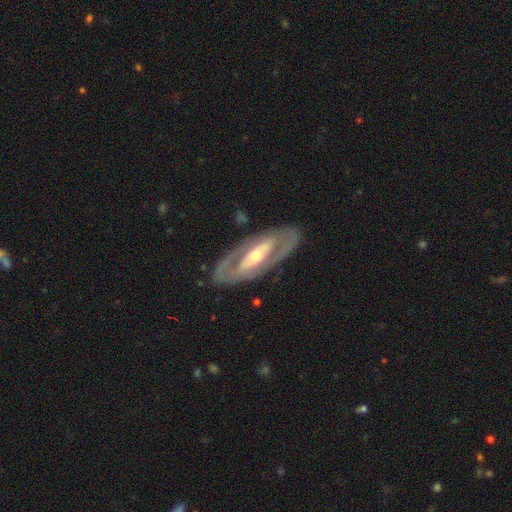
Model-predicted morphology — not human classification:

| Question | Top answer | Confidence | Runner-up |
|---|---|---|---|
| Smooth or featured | featured or disk | 81% | smooth (14%) |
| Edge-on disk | no | 86% | yes (14%) |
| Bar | strong | 47% | no (27%) |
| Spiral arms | yes | 57% | no (43%) |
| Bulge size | moderate | 57% | small (37%) |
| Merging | none | 84% | minor disturbance (10%) |